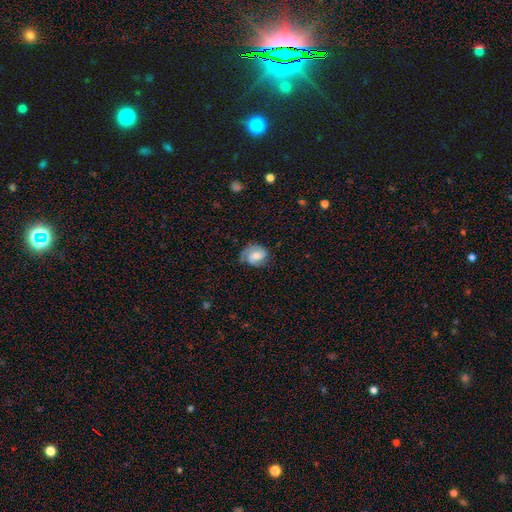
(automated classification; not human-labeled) Smooth or featured? Predicted: featured or disk (p=0.57). Edge-on disk? Predicted: no (p=0.97). Bar? Predicted: no (p=0.53). Spiral arms? Predicted: yes (p=0.90). Spiral winding? Predicted: medium (p=0.42). Spiral arm count? Predicted: 2 (p=0.57). Bulge size? Predicted: moderate (p=0.47). Merging? Predicted: none (p=0.60).